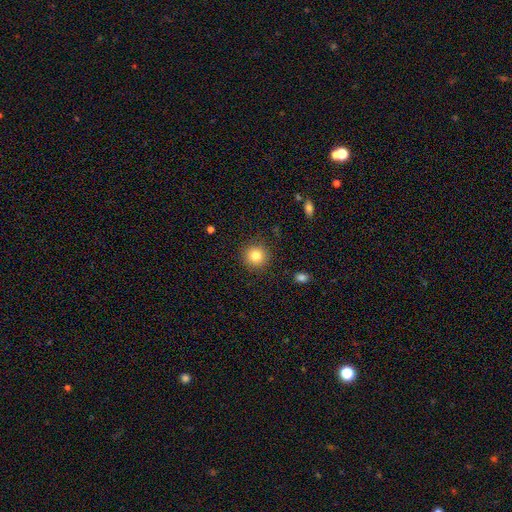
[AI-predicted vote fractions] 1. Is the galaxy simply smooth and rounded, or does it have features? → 82% smooth, 11% star or artifact, 7% featured or disk.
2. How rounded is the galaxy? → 94% round, 5% in between, 1% cigar-shaped.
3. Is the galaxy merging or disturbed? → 91% none, 6% minor disturbance, 2% major disturbance, 1% merger.